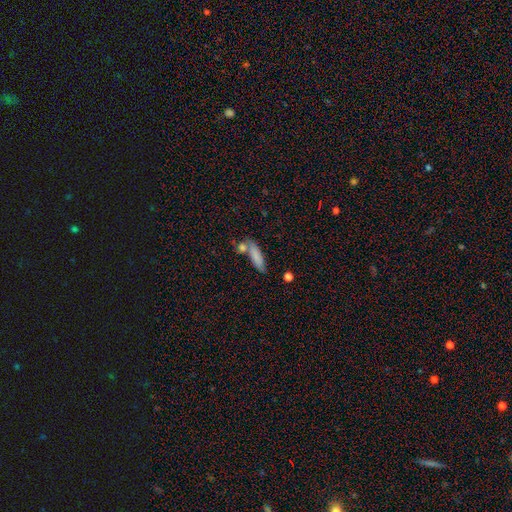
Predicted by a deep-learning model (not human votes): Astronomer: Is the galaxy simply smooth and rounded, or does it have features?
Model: smooth — 80%.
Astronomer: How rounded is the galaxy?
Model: cigar-shaped — 51% (runner-up: in between, 47%).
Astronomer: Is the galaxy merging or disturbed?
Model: none — 56%.